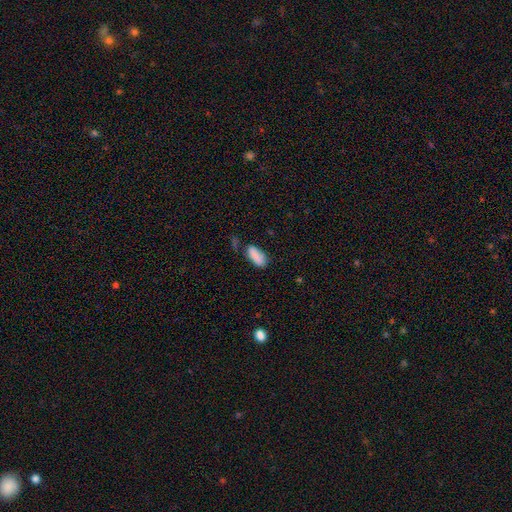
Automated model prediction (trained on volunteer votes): Morphology: type=smooth (85%); roundness=in between (81%); merging=none (59%).